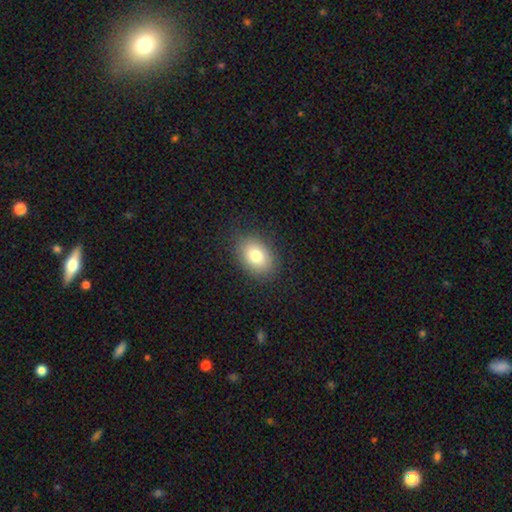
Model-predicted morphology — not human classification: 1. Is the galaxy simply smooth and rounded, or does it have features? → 79% smooth, 11% featured or disk, 9% star or artifact.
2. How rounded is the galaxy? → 75% in between, 24% round, 1% cigar-shaped.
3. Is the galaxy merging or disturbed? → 85% none, 10% minor disturbance, 3% major disturbance, 1% merger.